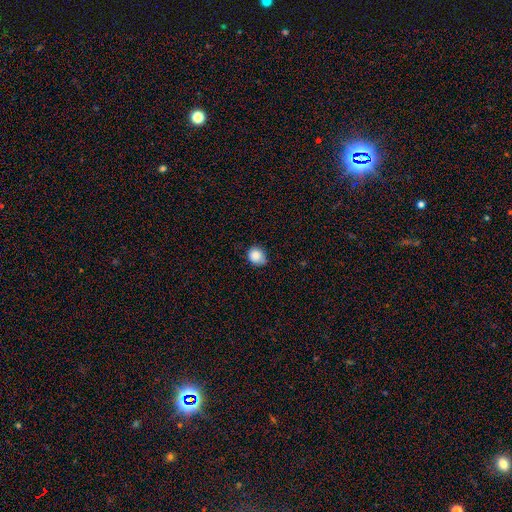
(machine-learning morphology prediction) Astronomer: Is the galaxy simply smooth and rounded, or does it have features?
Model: smooth — 86%.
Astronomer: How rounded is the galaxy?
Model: round — 64%.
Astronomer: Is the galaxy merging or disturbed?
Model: none — 60%.